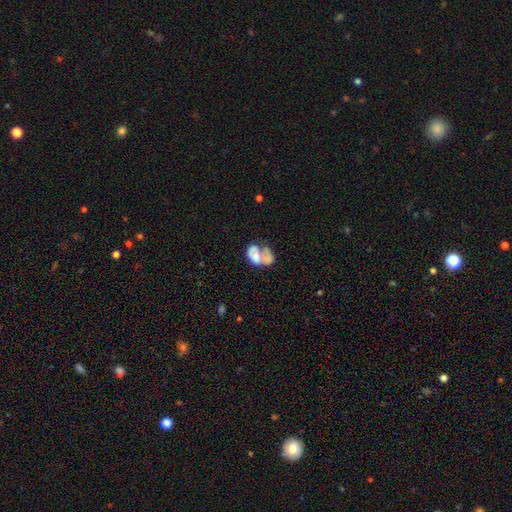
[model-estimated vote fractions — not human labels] featured or disk 50%, smooth 41%, star or artifact 9%. Down the decision tree: merging — merger (45%).